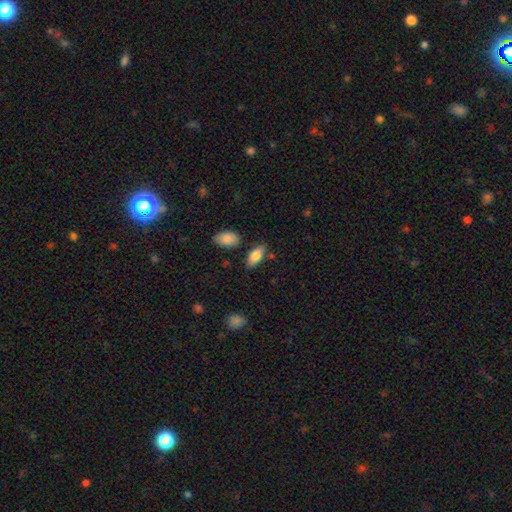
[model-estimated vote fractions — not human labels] smooth-or-featured: smooth: 84% | featured or disk: 9% | star or artifact: 6%
  how-rounded: in between: 88% | cigar-shaped: 9% | round: 2%
  merging: none: 79% | minor disturbance: 13% | merger: 4% | major disturbance: 3%